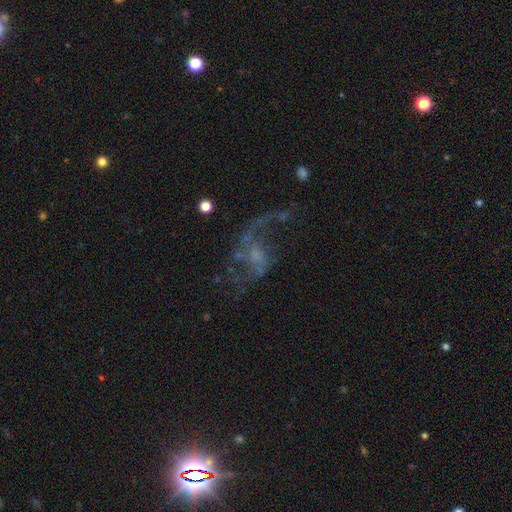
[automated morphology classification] Smooth or featured? Predicted: featured or disk (p=0.79). Edge-on disk? Predicted: no (p=0.97). Bar? Predicted: no (p=0.55). Spiral arms? Predicted: yes (p=0.82). Spiral winding? Predicted: loose (p=0.80). Spiral arm count? Predicted: 2 (p=0.68). Bulge size? Predicted: small (p=0.38). Merging? Predicted: none (p=0.44).